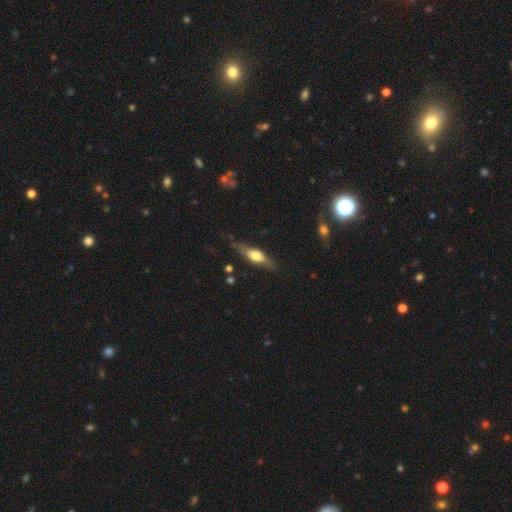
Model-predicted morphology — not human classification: The model was most divided on "smooth or featured": featured or disk: 52%, smooth: 42%, star or artifact: 6%. More confident: edge-on disk — yes (88%); merging — none (74%).